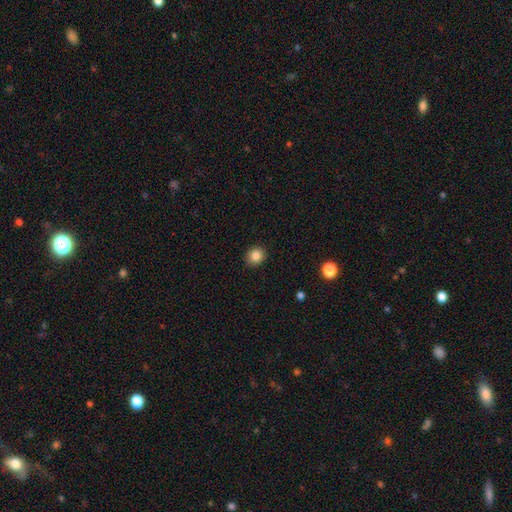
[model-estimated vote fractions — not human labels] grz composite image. It shows a smooth galaxy with no disk features (85%) that is round (74%). Merging: none (90%).